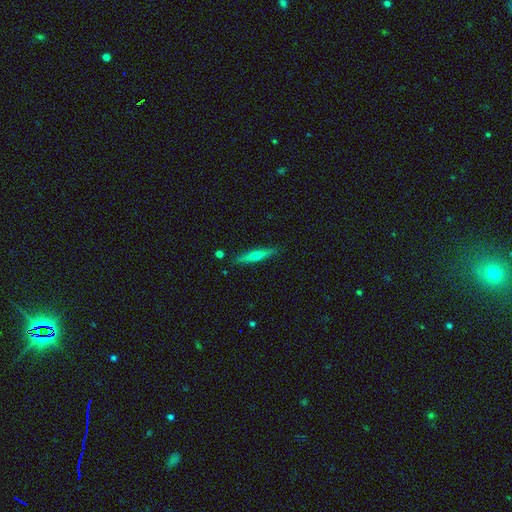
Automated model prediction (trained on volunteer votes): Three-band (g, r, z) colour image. It shows a smooth galaxy with no disk features (49%). Merging: none (86%).